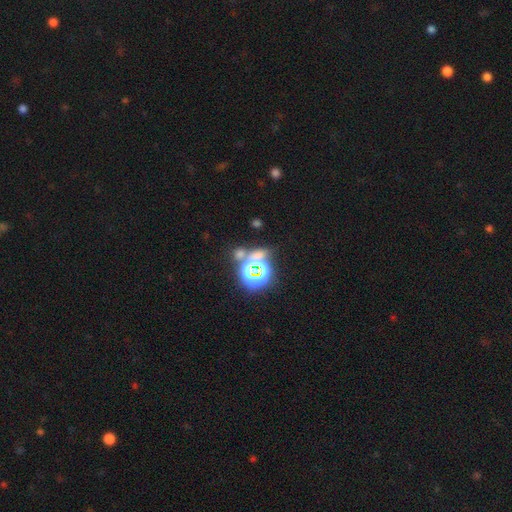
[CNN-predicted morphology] The model was most divided on "smooth or featured": star or artifact: 60%, smooth: 30%, featured or disk: 10%.